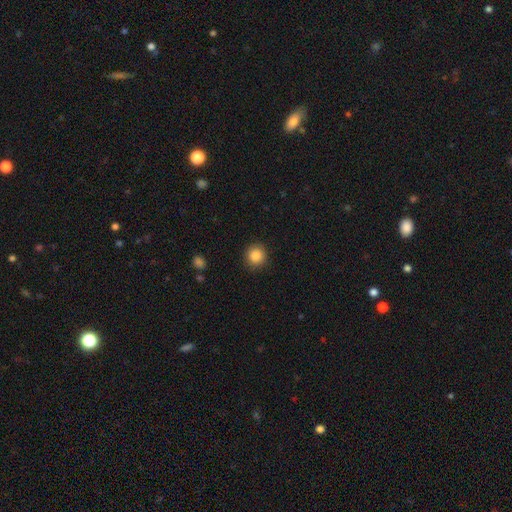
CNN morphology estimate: A smooth galaxy with no disk features (87%) that is round (92%). Merging: none (90%).